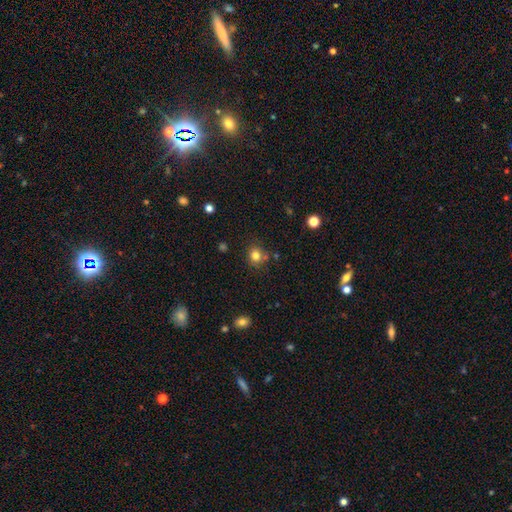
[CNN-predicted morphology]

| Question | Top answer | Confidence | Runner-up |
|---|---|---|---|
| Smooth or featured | smooth | 80% | star or artifact (13%) |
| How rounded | round | 84% | in between (15%) |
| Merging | none | 75% | minor disturbance (12%) |